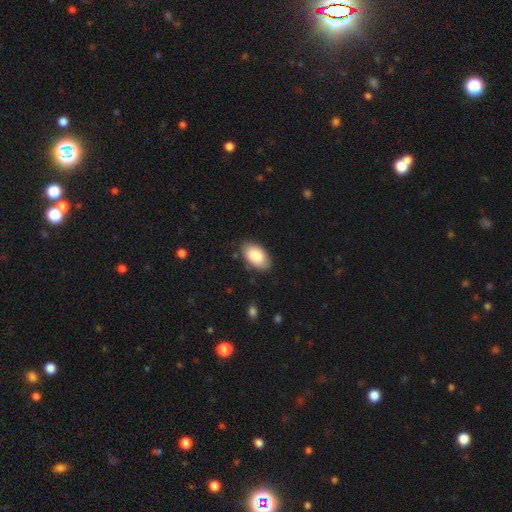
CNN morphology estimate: smooth-or-featured: smooth: 87% | featured or disk: 7% | star or artifact: 6%
  how-rounded: in between: 95% | round: 4% | cigar-shaped: 1%
  merging: none: 82% | minor disturbance: 14% | major disturbance: 3% | merger: 1%